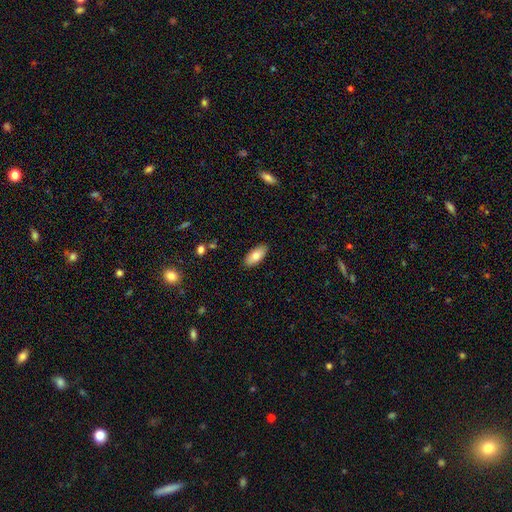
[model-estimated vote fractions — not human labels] Morphology: type=smooth (80%); roundness=in between (89%); merging=none (89%).